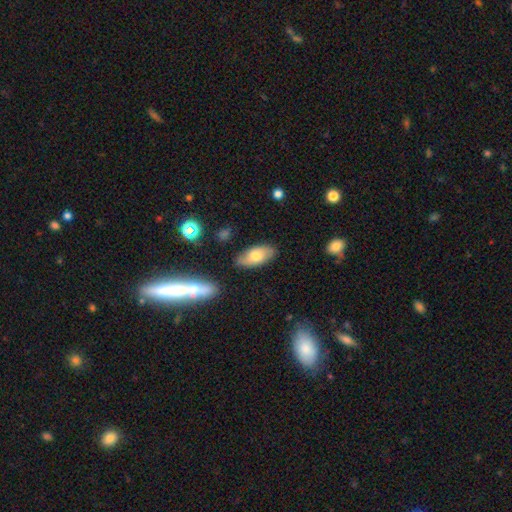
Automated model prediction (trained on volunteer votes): Smooth or featured? Predicted: smooth (p=0.69). How rounded? Predicted: in between (p=0.90). Merging? Predicted: none (p=0.80).